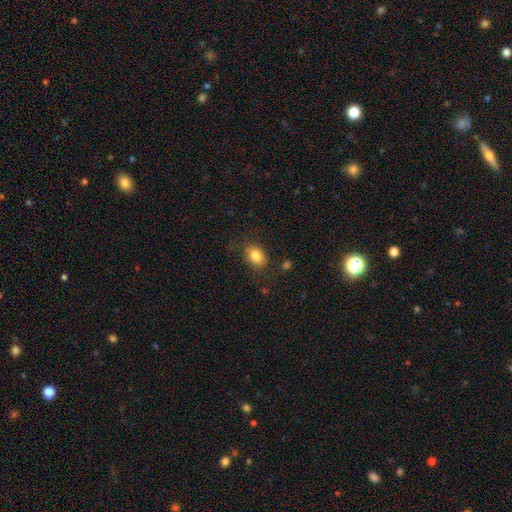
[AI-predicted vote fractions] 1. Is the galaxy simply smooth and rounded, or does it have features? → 83% smooth, 9% star or artifact, 8% featured or disk.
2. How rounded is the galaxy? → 74% in between, 24% round, 1% cigar-shaped.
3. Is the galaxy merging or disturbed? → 78% none, 15% minor disturbance, 5% major disturbance, 2% merger.